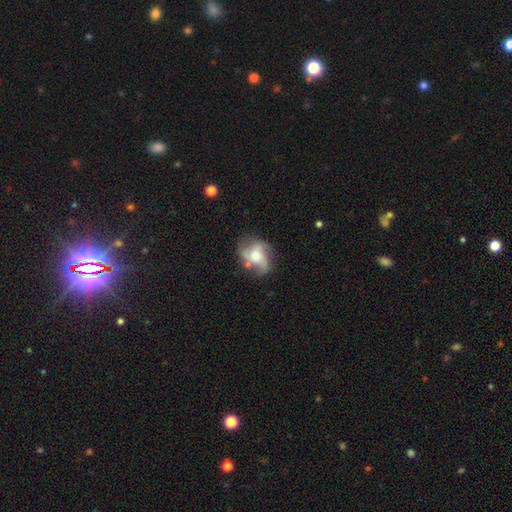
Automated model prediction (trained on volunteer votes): This is likely a featured or disk galaxy (64%). It is clearly not viewed edge-on (97%). Bar: likely no (69%). Spiral arm pattern: clearly yes (83%). Spiral arm count: possibly 3 (54%). Spiral winding: marginally loose (43%). Central bulge: possibly moderate (51%). Merging: possibly none (57%).